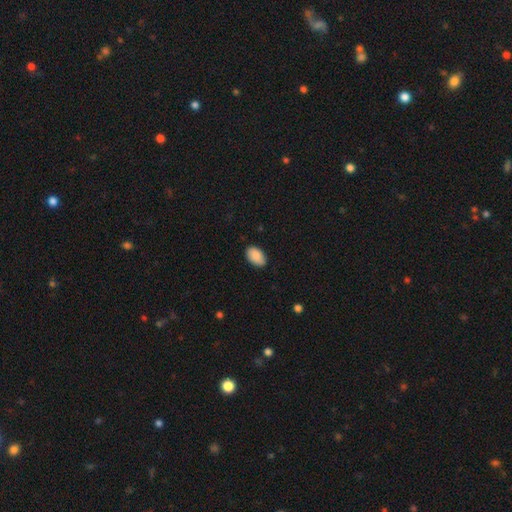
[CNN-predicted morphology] smooth_or_featured: smooth (p=0.88) [alt: star or artifact p=0.06]
how_rounded: in between (p=0.93) [alt: round p=0.06]
merging: none (p=0.84) [alt: minor disturbance p=0.13]